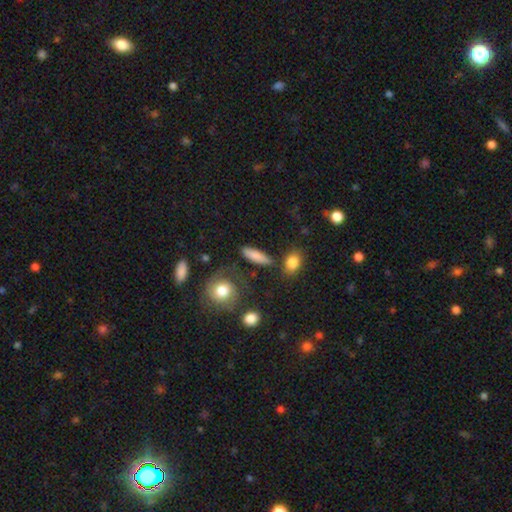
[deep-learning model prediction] A smooth galaxy with no disk features (78%) that is cigar-shaped (58%). Merging: none (75%).